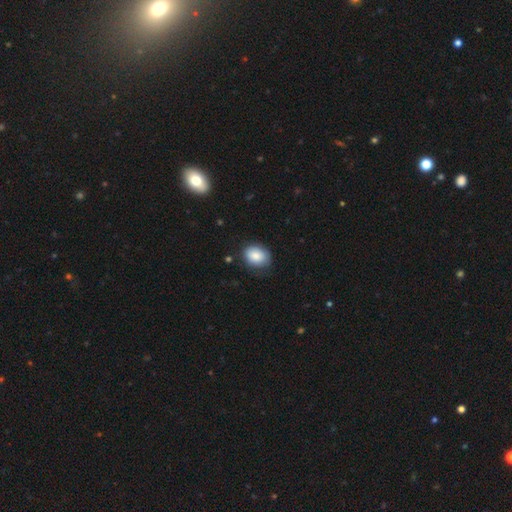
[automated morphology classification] type=smooth (84%); roundness=in between (63%); merging=none (76%).